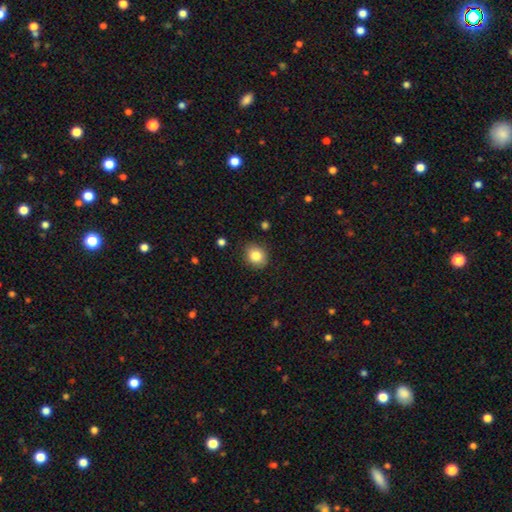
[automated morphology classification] smooth-or-featured: smooth: 84% | star or artifact: 9% | featured or disk: 7%
  how-rounded: round: 62% | in between: 37% | cigar-shaped: 1%
  merging: none: 85% | minor disturbance: 11% | major disturbance: 3% | merger: 1%